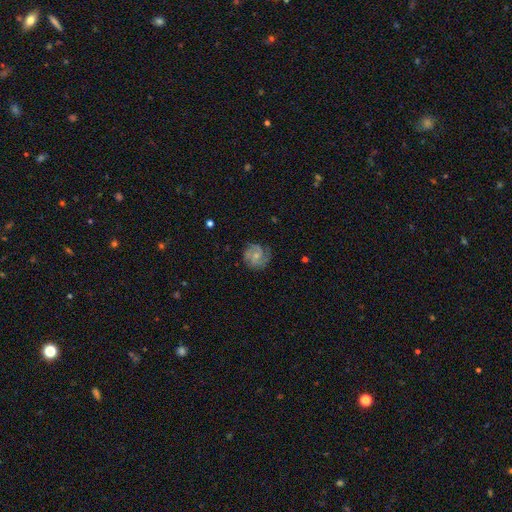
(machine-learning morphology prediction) smooth_or_featured: featured or disk (p=0.76) [alt: smooth p=0.18]
disk_edge_on: no (p=0.98) [alt: yes p=0.02]
bar: no (p=0.66) [alt: weak p=0.29]
has_spiral_arms: yes (p=0.96) [alt: no p=0.04]
spiral_winding: tight (p=0.54) [alt: medium p=0.38]
spiral_arm_count: 3 (p=0.36) [alt: 2 p=0.32]
bulge_size: small (p=0.61) [alt: moderate p=0.32]
merging: none (p=0.78) [alt: minor disturbance p=0.16]